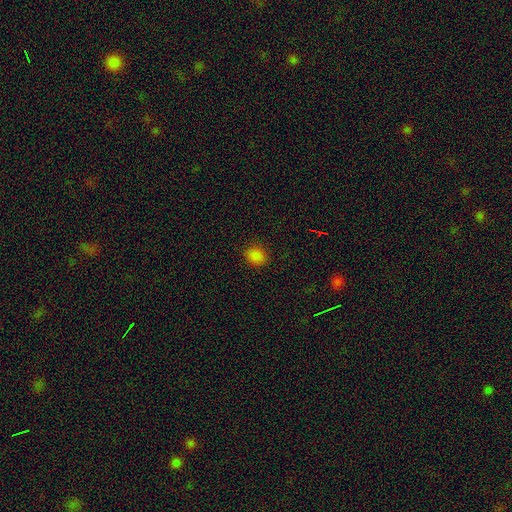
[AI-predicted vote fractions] Smooth or featured? Predicted: smooth (p=0.83). How rounded? Predicted: round (p=0.63). Merging? Predicted: none (p=0.88).